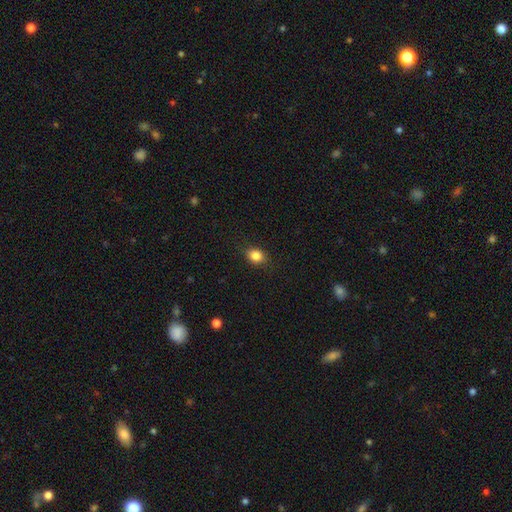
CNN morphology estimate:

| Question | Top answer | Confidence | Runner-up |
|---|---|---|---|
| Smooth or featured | smooth | 85% | star or artifact (10%) |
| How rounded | in between | 50% | round (48%) |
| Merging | none | 86% | minor disturbance (10%) |